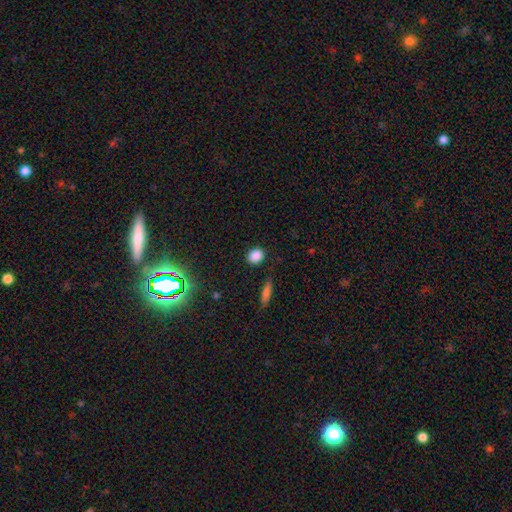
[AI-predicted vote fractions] A smooth galaxy with no disk features (85%) that is round (68%).

Vote fractions:
- Smooth or featured? smooth: 85% / star or artifact: 11% / featured or disk: 4%
- How rounded? round: 68% / in between: 30% / cigar-shaped: 2%
- Merging? none: 87% / minor disturbance: 9% / major disturbance: 2% / merger: 2%